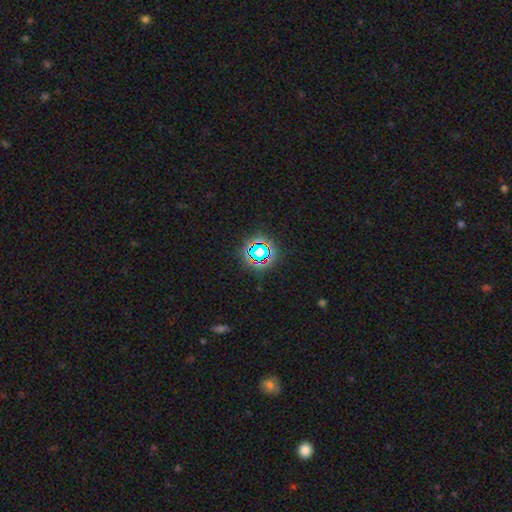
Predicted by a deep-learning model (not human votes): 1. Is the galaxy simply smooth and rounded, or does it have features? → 70% star or artifact, 19% smooth, 11% featured or disk.